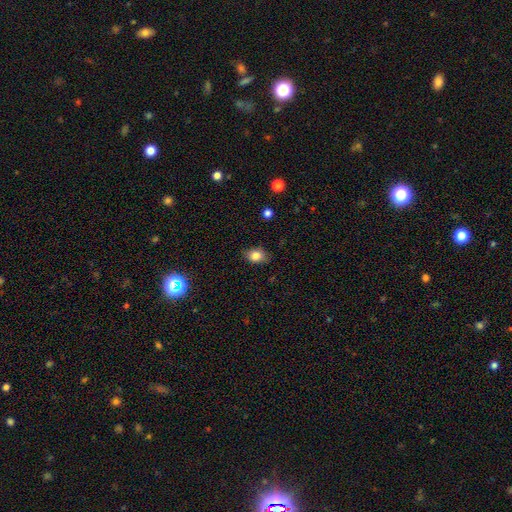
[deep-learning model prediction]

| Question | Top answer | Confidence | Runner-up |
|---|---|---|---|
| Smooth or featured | smooth | 83% | star or artifact (10%) |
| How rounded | in between | 68% | round (31%) |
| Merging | none | 83% | minor disturbance (14%) |